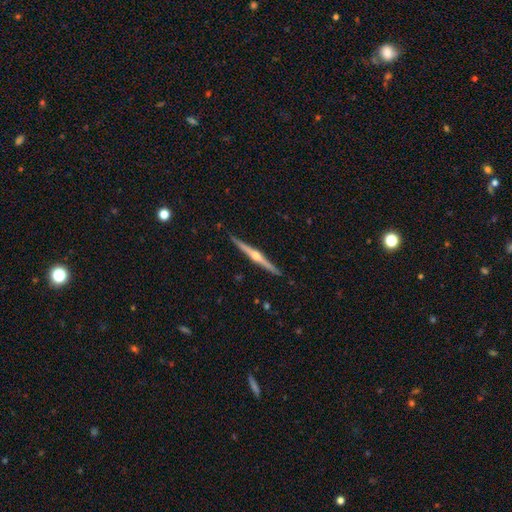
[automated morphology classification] The model was most divided on "smooth or featured": featured or disk: 84%, smooth: 12%, star or artifact: 5%. More confident: edge-on disk — yes (99%); edge-on bulge — rounded (94%); merging — none (91%).